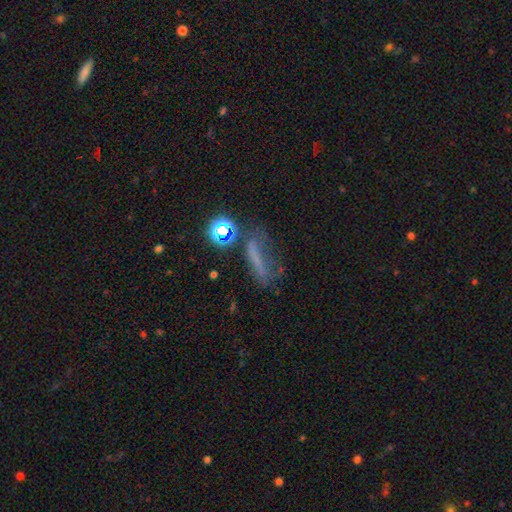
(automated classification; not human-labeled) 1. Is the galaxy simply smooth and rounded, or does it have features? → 48% smooth, 27% star or artifact, 25% featured or disk.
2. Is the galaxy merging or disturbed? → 42% none, 28% major disturbance, 23% minor disturbance, 7% merger.